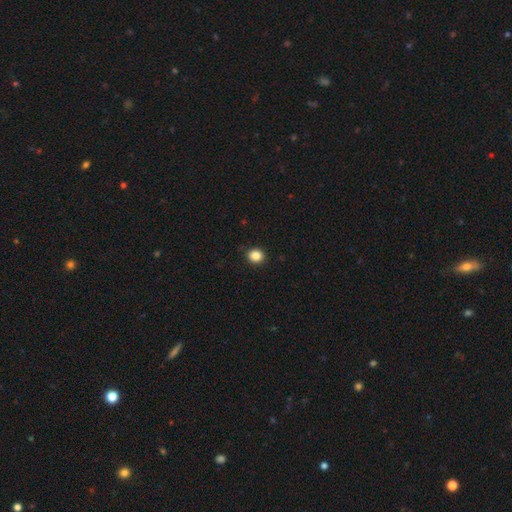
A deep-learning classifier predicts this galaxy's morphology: Smooth or featured? Predicted: smooth (p=0.86). How rounded? Predicted: round (p=0.82). Merging? Predicted: none (p=0.91).